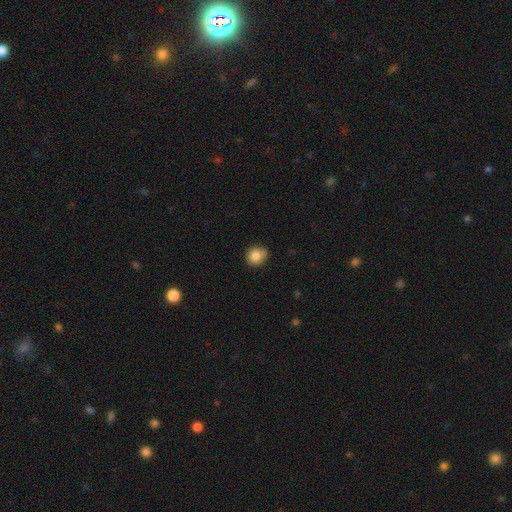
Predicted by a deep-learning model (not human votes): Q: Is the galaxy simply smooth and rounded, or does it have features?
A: smooth — 85%.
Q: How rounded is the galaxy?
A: round — 86%.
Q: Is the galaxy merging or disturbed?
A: none — 80%.